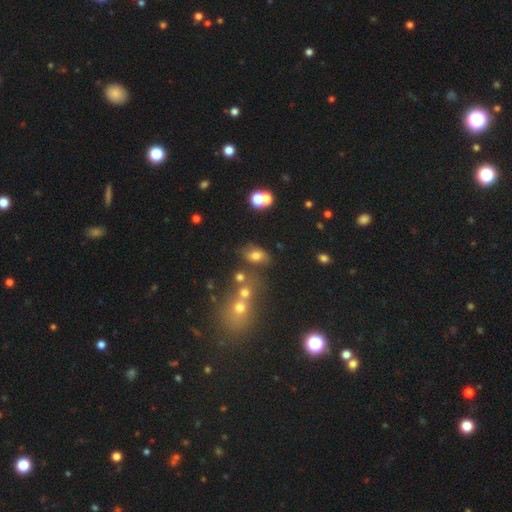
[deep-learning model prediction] smooth-or-featured: smooth: 70% | star or artifact: 16% | featured or disk: 15%
  how-rounded: in between: 81% | round: 17% | cigar-shaped: 2%
  merging: none: 64% | minor disturbance: 18% | merger: 12% | major disturbance: 7%